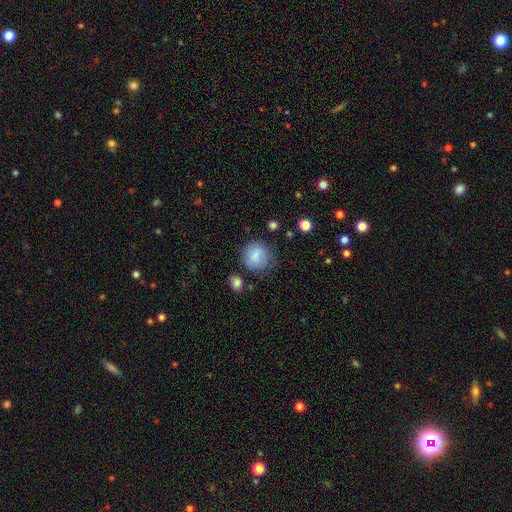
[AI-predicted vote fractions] A smooth galaxy with no disk features (83%) that is round (84%). Merging: none (72%).